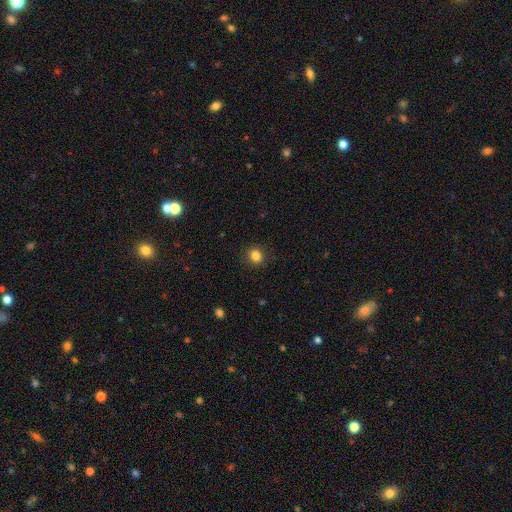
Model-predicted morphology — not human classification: type=smooth (84%); roundness=round (81%); merging=none (89%).